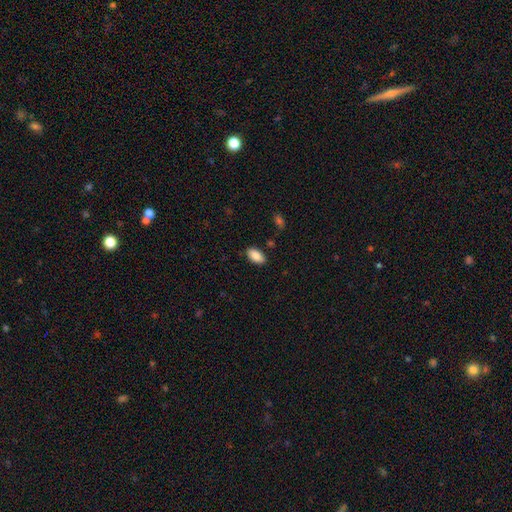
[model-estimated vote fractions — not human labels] Smooth or featured?
  - smooth: 87% *
  - star or artifact: 7%
  - featured or disk: 6%
How rounded?
  - in between: 94% *
  - round: 3%
  - cigar-shaped: 3%
Merging?
  - none: 86% *
  - minor disturbance: 10%
  - major disturbance: 2%
  - merger: 2%